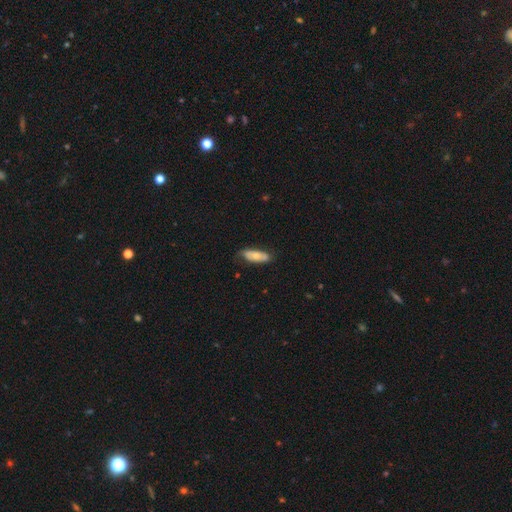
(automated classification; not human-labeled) Smooth or featured? smooth (64%)
How rounded? in between (68%)
Merging? none (71%)